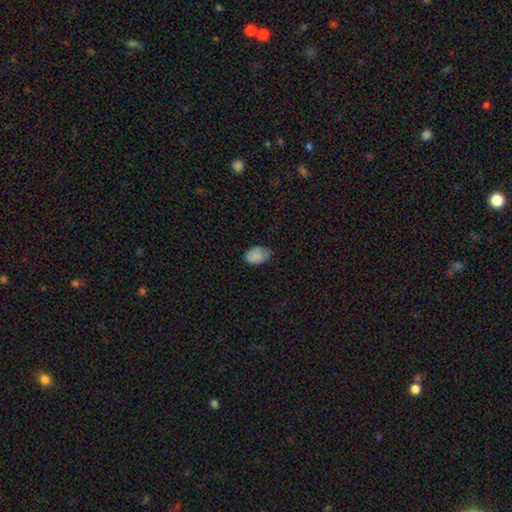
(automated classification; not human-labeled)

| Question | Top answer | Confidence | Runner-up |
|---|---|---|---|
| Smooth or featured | smooth | 87% | star or artifact (8%) |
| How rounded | in between | 87% | round (12%) |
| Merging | none | 62% | minor disturbance (32%) |